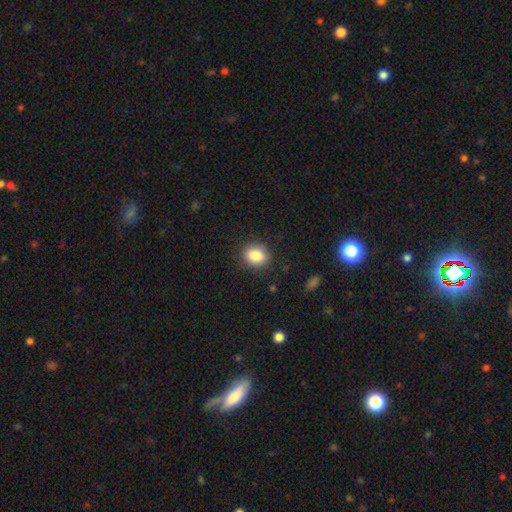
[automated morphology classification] Smooth or featured?
  - smooth: 85% *
  - star or artifact: 9%
  - featured or disk: 6%
How rounded?
  - round: 65% *
  - in between: 34%
  - cigar-shaped: 1%
Merging?
  - none: 87% *
  - minor disturbance: 9%
  - major disturbance: 3%
  - merger: 1%